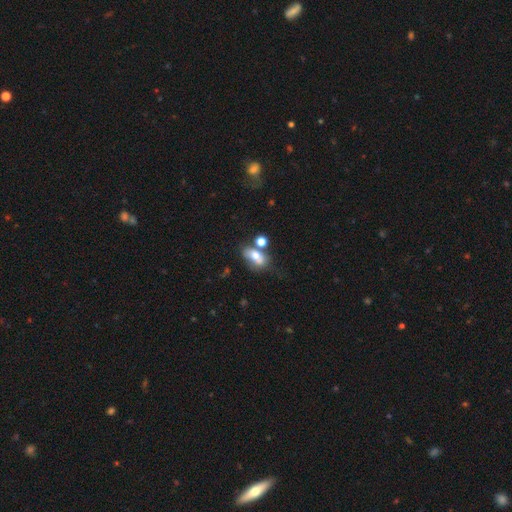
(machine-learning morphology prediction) Smooth or featured? smooth (65%)
How rounded? in between (81%)
Merging? none (41%)